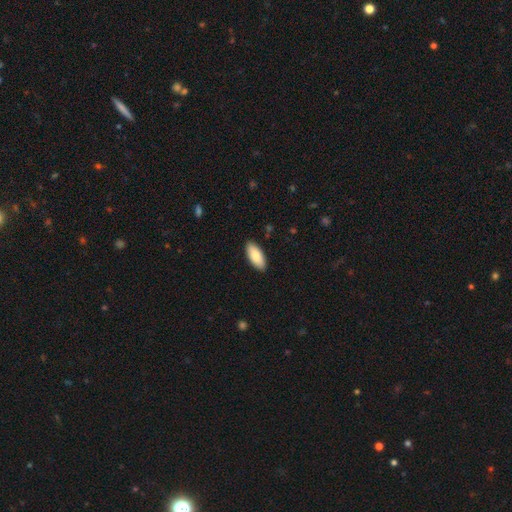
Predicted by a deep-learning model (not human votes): Overall: smooth (83%). How rounded: in between (89%). Merging: none (89%).